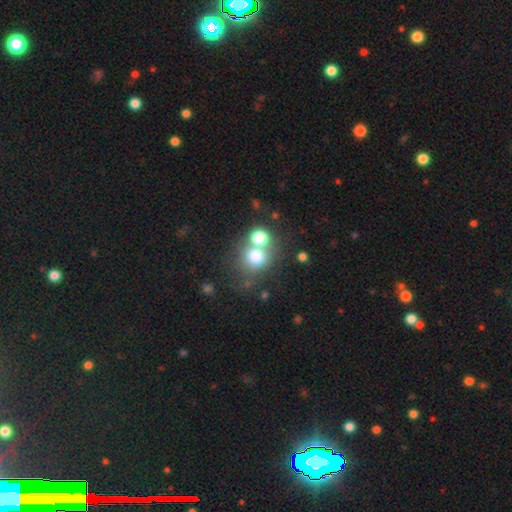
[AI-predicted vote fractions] Smooth or featured? smooth (73%)
How rounded? round (79%)
Merging? none (44%)